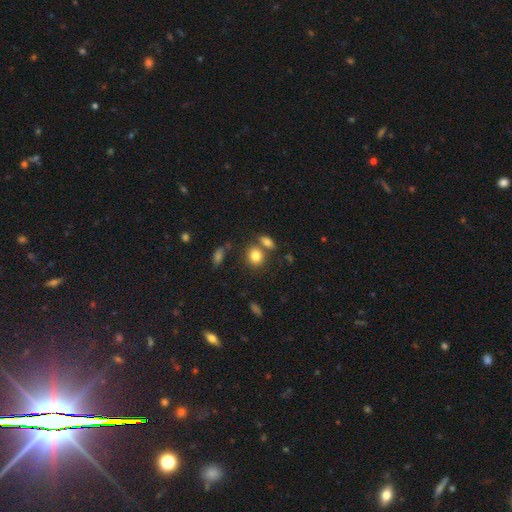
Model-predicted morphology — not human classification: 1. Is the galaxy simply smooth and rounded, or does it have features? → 82% smooth, 10% star or artifact, 8% featured or disk.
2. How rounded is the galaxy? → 58% round, 40% in between, 2% cigar-shaped.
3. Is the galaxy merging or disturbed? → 59% none, 25% merger, 11% minor disturbance, 4% major disturbance.